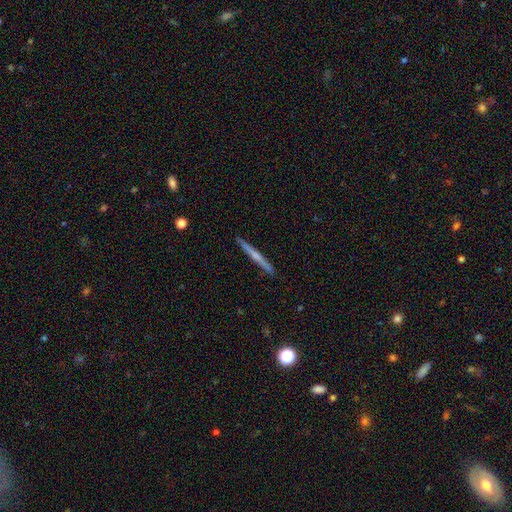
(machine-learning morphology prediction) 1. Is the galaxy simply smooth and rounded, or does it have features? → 57% featured or disk, 37% smooth, 6% star or artifact.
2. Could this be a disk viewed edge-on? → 98% yes, 2% no.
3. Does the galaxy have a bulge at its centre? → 47% none, 46% rounded, 7% boxy.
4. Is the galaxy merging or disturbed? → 92% none, 6% minor disturbance, 1% major disturbance, 1% merger.